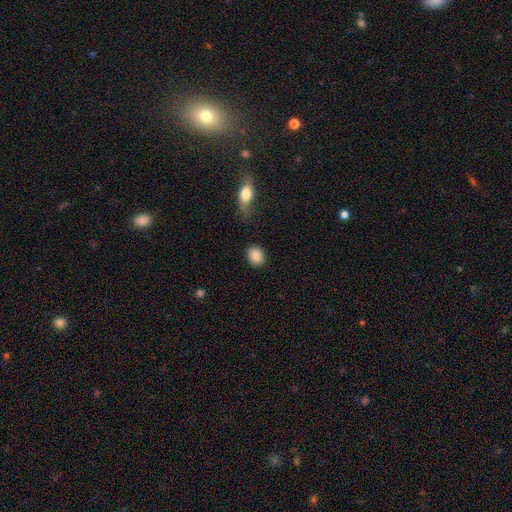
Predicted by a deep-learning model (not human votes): A smooth galaxy with no disk features (88%) that is in between round and cigar-shaped (59%).

Vote fractions:
- Smooth or featured? smooth: 88% / star or artifact: 7% / featured or disk: 4%
- How rounded? in between: 59% / round: 39% / cigar-shaped: 1%
- Merging? none: 85% / minor disturbance: 10% / major disturbance: 3% / merger: 2%